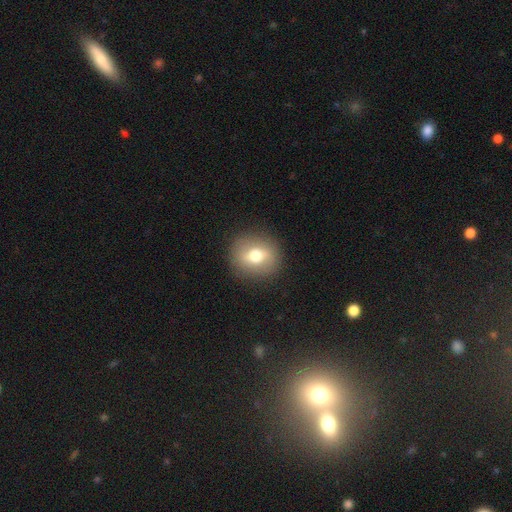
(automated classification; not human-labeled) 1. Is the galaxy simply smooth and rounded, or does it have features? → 60% smooth, 31% featured or disk, 9% star or artifact.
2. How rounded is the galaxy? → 78% round, 21% in between, 2% cigar-shaped.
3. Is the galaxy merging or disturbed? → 89% none, 7% minor disturbance, 3% major disturbance, 1% merger.